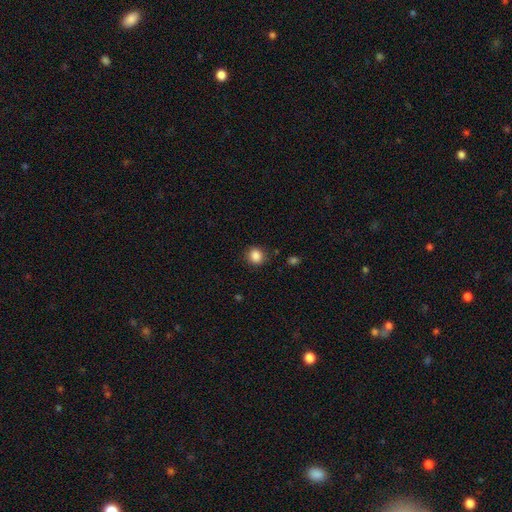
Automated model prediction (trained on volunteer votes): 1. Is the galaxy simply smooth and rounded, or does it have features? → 86% smooth, 10% star or artifact, 3% featured or disk.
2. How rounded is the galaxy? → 80% round, 19% in between, 1% cigar-shaped.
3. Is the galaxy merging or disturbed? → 86% none, 10% minor disturbance, 3% major disturbance, 1% merger.